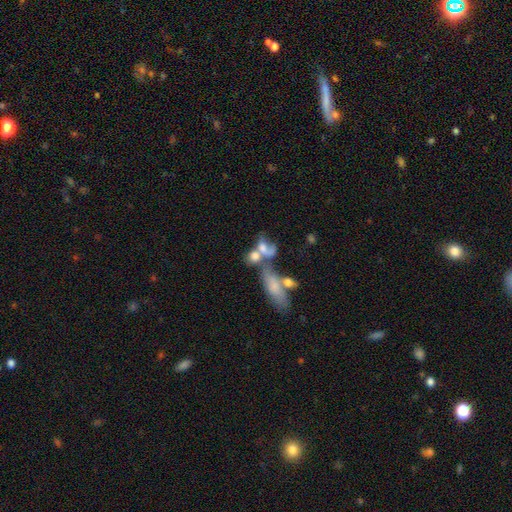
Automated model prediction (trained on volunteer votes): Morphology: type=smooth (60%); roundness=in between (59%); merging=merger (59%).